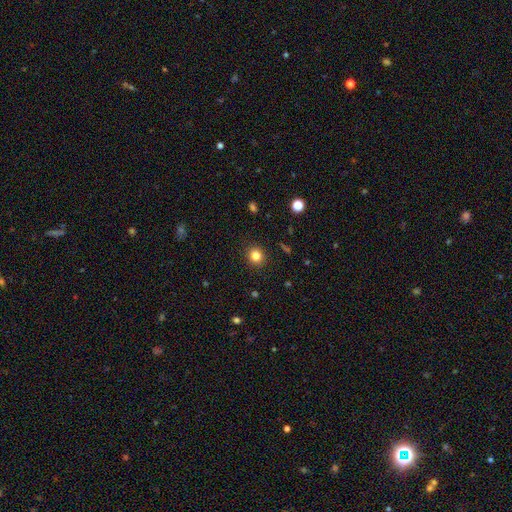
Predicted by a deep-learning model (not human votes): Smooth or featured? Predicted: smooth (p=0.82). How rounded? Predicted: round (p=0.84). Merging? Predicted: none (p=0.91).